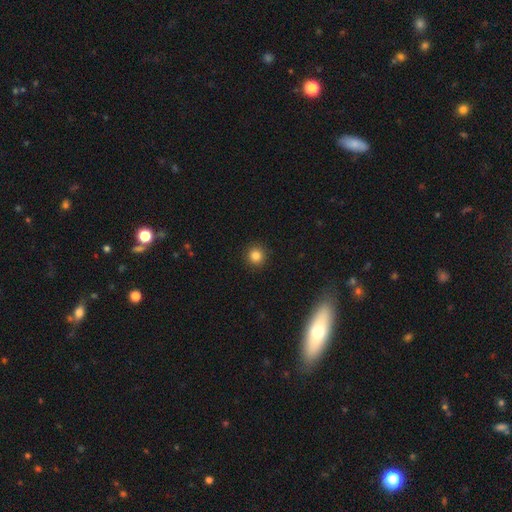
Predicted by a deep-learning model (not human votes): This is clearly a smooth galaxy (84%). How rounded: clearly round (94%). Merging: clearly none (92%).